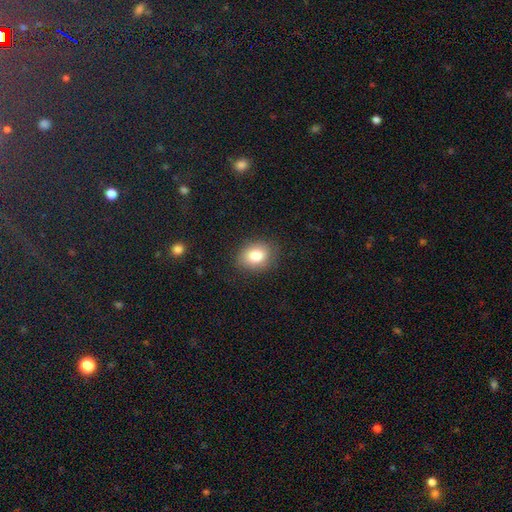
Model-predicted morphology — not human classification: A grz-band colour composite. It shows a smooth galaxy with no disk features (81%) that is in between round and cigar-shaped (55%). Merging: none (83%).